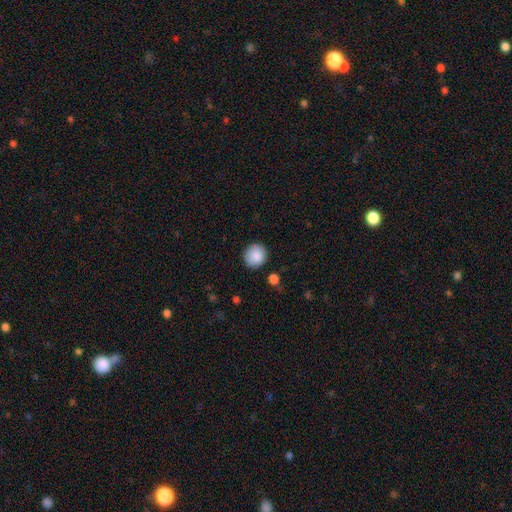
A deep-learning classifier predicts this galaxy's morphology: This is clearly a smooth galaxy (88%). How rounded: clearly round (87%). Merging: clearly none (87%).